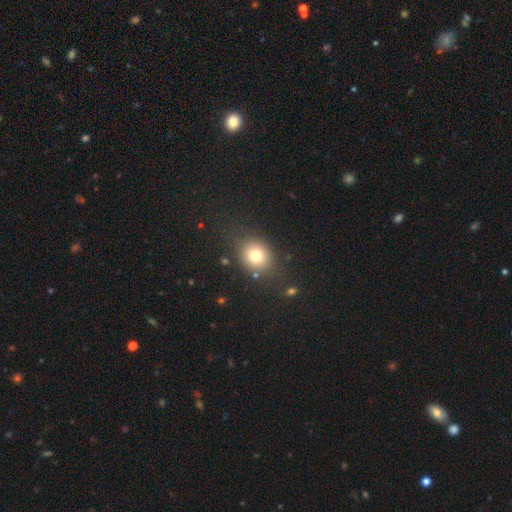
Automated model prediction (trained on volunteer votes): A smooth galaxy with no disk features (77%) that is round (60%). Merging: none (79%).